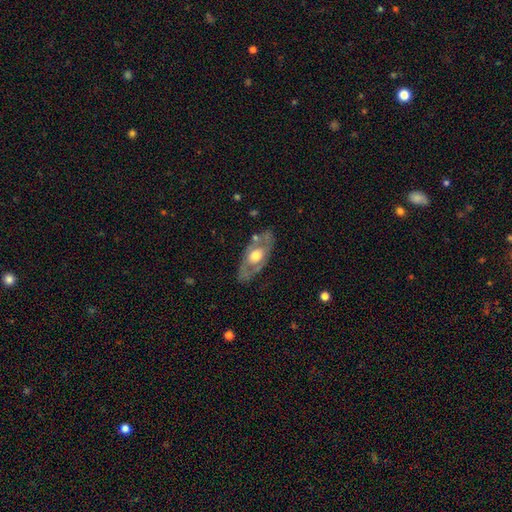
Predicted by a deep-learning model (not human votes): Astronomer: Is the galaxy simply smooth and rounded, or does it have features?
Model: featured or disk — 60% (runner-up: smooth, 35%).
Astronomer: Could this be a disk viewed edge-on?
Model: no — 81%.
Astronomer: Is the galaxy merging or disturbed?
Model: none — 73%.